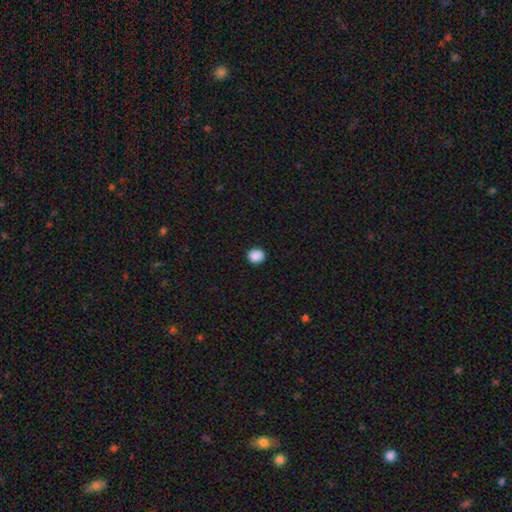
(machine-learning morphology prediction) A smooth galaxy with no disk features (89%) that is round (79%). Merging: none (90%).